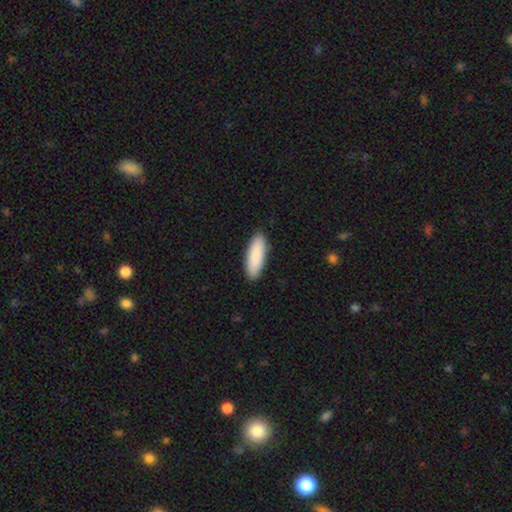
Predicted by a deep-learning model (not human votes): Smooth or featured? Predicted: smooth (p=0.90). How rounded? Predicted: in between (p=0.53). Merging? Predicted: none (p=0.90).